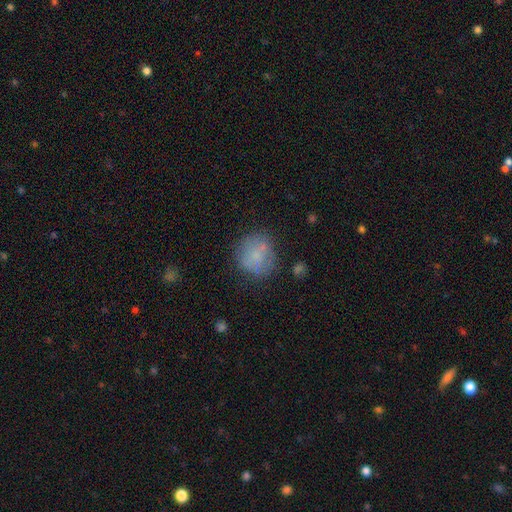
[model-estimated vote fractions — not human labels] Morphology: type=smooth (66%); roundness=round (76%); merging=none (62%).